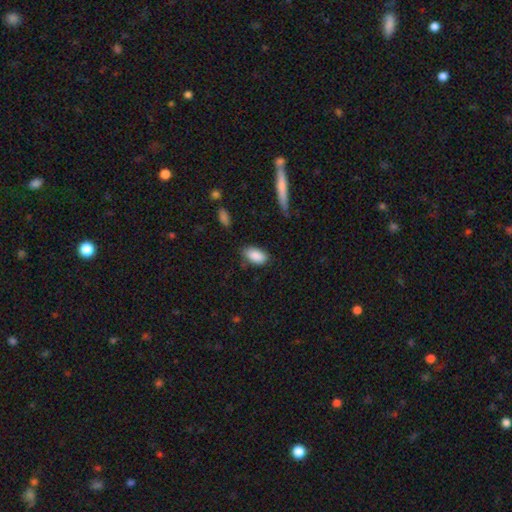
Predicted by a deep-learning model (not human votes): A smooth galaxy with no disk features (88%) that is in between round and cigar-shaped (93%). Merging: none (75%).